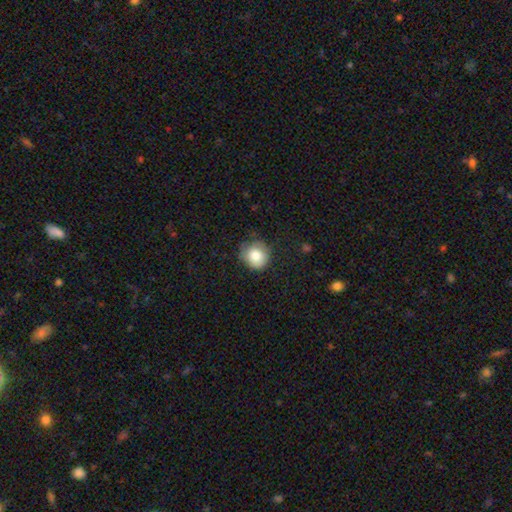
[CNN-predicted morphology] Smooth or featured? Predicted: smooth (p=0.80). How rounded? Predicted: round (p=0.88). Merging? Predicted: none (p=0.66).